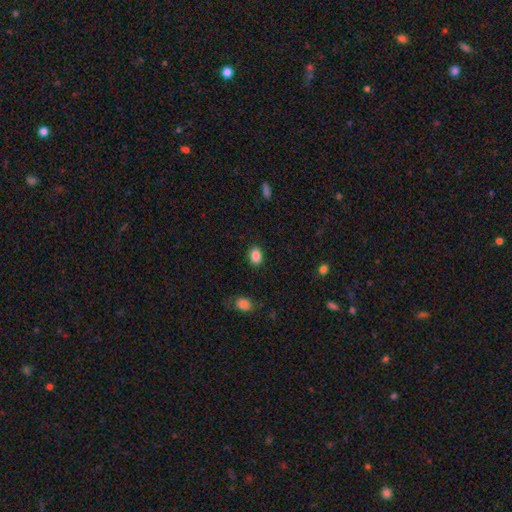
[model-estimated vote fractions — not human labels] This appears to be a smooth galaxy with no disk features (87%) that is in between round and cigar-shaped (74%). Merging: none (87%).